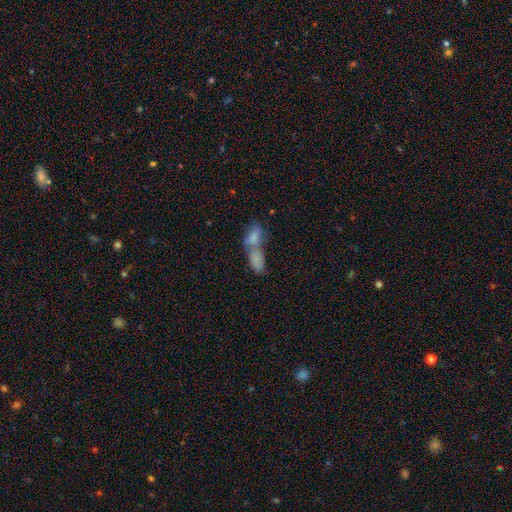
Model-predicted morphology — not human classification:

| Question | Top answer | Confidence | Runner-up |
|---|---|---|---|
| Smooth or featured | smooth | 64% | featured or disk (22%) |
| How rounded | in between | 77% | cigar-shaped (14%) |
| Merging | merger | 68% | none (20%) |